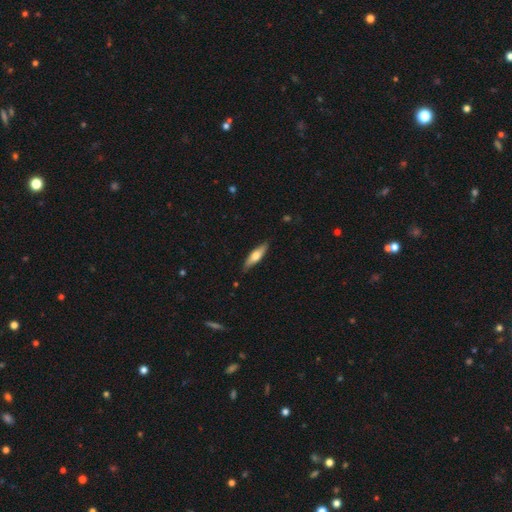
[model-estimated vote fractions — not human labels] smooth-or-featured: smooth: 57% | featured or disk: 38% | star or artifact: 6%
  how-rounded: cigar-shaped: 68% | in between: 30% | round: 2%
  merging: none: 84% | minor disturbance: 13% | major disturbance: 2% | merger: 1%